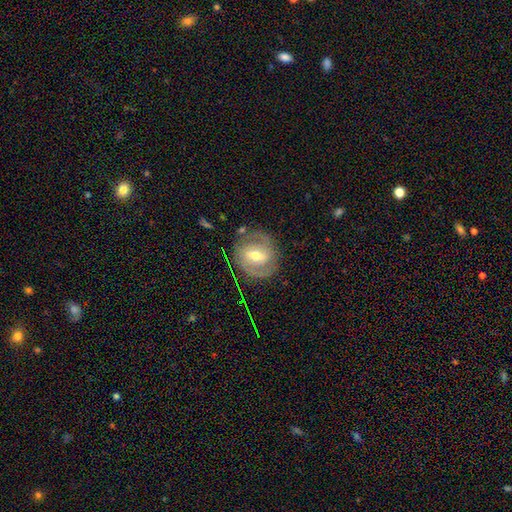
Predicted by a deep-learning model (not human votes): Morphology: type=featured or disk (73%); edge-on=no (95%); bar=weak (45%); spiral arms=yes (82%); winding=tight (49%); arm count=2 (72%); bulge=moderate (65%); merging=none (77%).